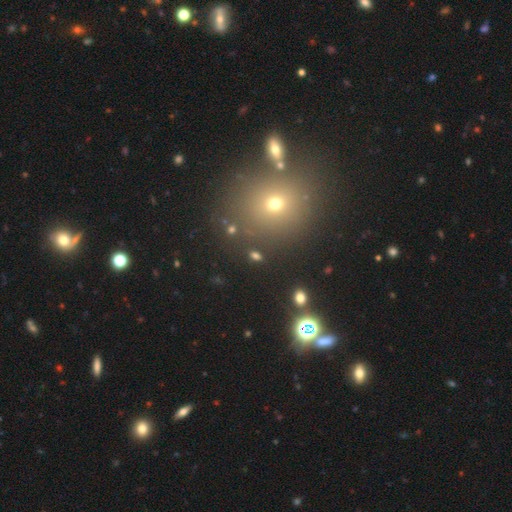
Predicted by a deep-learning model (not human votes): Morphology: type=smooth (51%); roundness=round (73%); merging=none (83%).